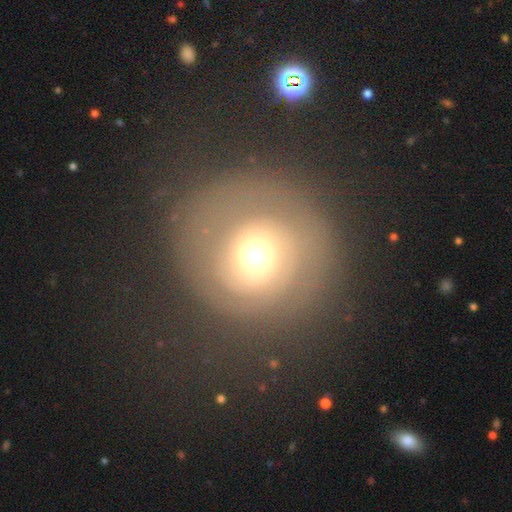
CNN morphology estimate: This is possibly a featured or disk galaxy (56%). It is clearly not viewed edge-on (97%). Bar: clearly no (87%). Spiral arm pattern: possibly yes (60%). Central bulge: likely moderate (61%). Merging: likely none (67%).